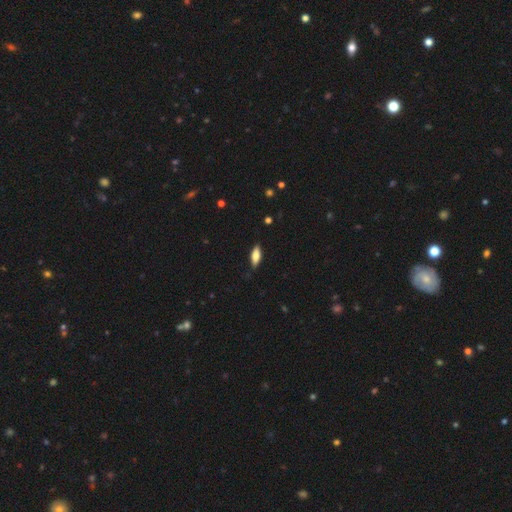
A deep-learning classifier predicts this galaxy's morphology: A smooth galaxy with no disk features (76%) that is in between round and cigar-shaped (70%). Merging: none (82%).